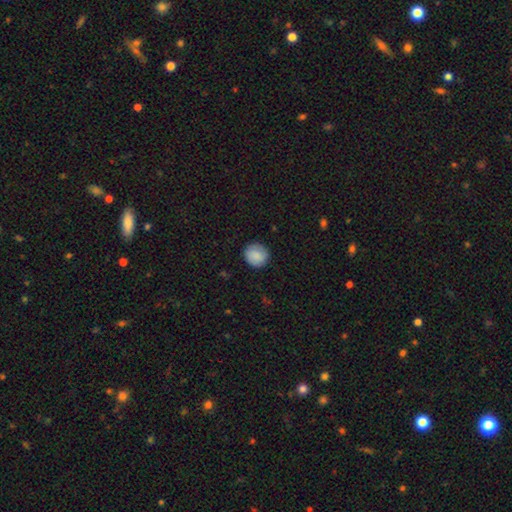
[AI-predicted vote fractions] The model was most divided on "merging": none: 88%, minor disturbance: 9%, major disturbance: 2%, merger: 1%. More confident: how rounded — round (92%); smooth or featured — smooth (87%).